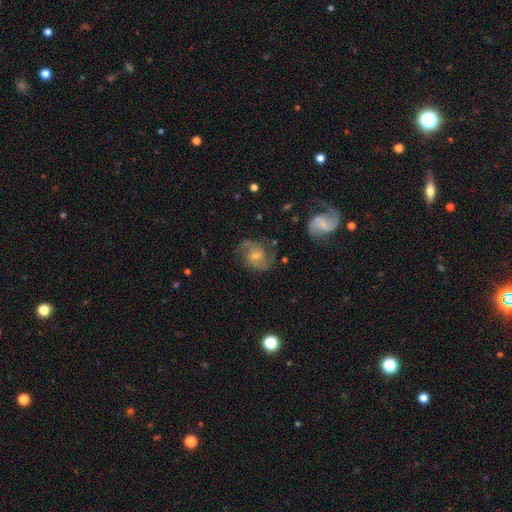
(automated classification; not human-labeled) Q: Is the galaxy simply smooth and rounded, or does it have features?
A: featured or disk — 82%.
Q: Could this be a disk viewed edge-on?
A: no — 97%.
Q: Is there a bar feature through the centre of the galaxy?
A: no — 47%.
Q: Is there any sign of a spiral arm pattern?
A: yes — 96%.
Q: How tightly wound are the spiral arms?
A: medium — 55%.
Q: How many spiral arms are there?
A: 2 — 83%.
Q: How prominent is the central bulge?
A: small — 53%.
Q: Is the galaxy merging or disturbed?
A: none — 76%.